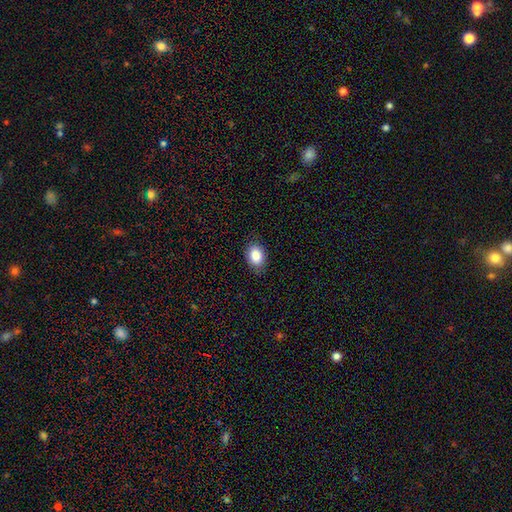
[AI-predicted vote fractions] Smooth or featured: smooth — 85% (star or artifact — 8%)
How rounded: in between — 78% (round — 21%)
Merging: none — 84% (minor disturbance — 12%)